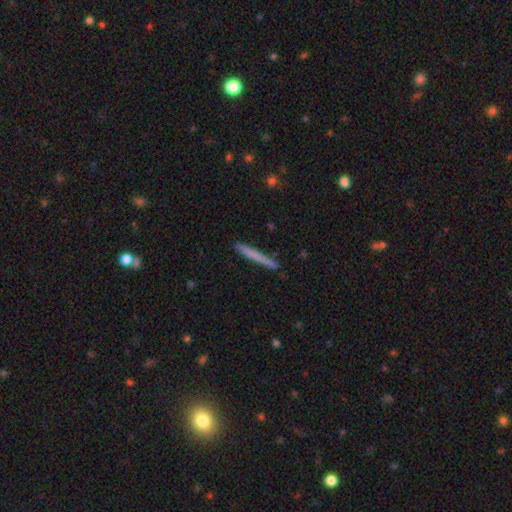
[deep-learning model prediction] Smooth or featured? smooth (67%)
How rounded? cigar-shaped (97%)
Merging? none (89%)